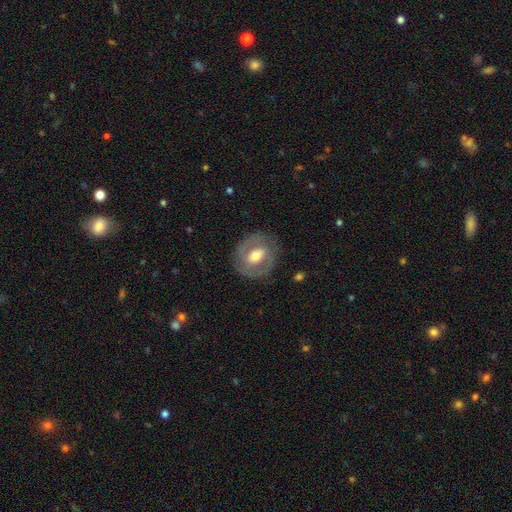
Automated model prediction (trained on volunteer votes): This appears to be a featured or disk galaxy (66%) with a weak bar (43%), spiral arms (61%) and a moderate central bulge (66%). Merging: none (81%).